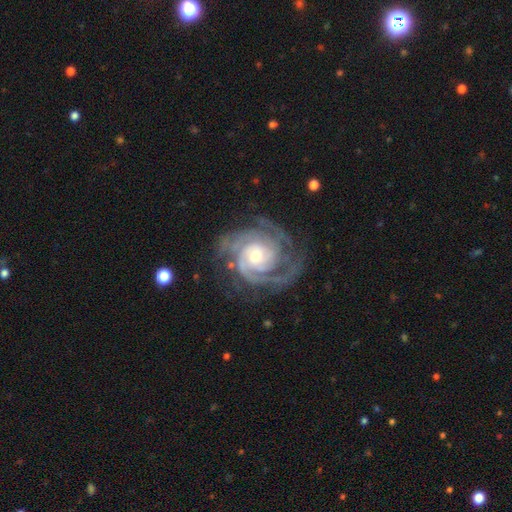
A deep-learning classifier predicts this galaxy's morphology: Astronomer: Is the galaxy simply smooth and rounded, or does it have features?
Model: featured or disk — 92%.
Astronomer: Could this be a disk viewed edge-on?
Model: no — 98%.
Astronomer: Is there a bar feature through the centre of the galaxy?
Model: no — 70%.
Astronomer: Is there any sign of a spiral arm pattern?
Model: yes — 98%.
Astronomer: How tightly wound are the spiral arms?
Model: tight — 70%.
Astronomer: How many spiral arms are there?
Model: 3 — 35% (runner-up: 2, 21%).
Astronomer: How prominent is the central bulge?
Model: moderate — 55% (runner-up: small, 36%).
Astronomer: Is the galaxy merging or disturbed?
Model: none — 73%.